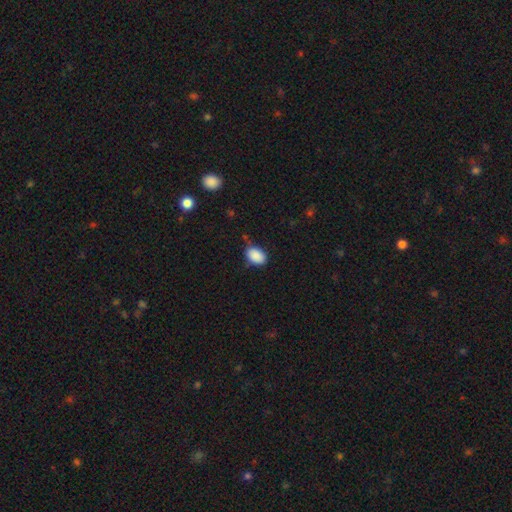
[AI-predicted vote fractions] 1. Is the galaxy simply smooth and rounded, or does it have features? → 89% smooth, 8% star or artifact, 3% featured or disk.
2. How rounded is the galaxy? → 86% in between, 13% round, 1% cigar-shaped.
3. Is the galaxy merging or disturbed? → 76% none, 18% minor disturbance, 3% major disturbance, 2% merger.